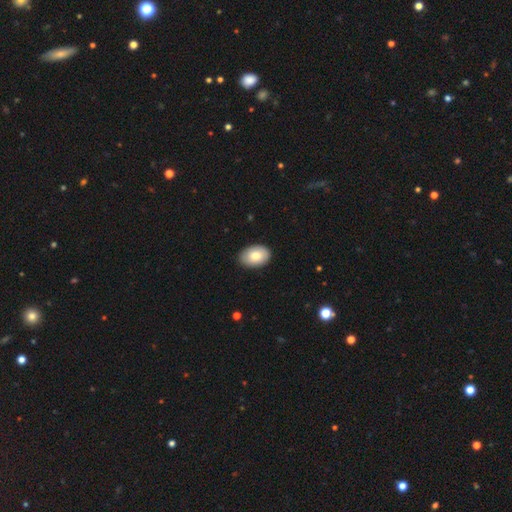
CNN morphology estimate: Smooth or featured: smooth — 82% (featured or disk — 11%)
How rounded: in between — 87% (round — 12%)
Merging: none — 89% (minor disturbance — 9%)